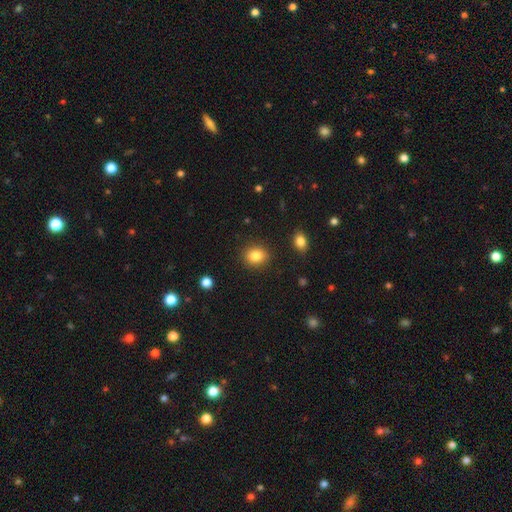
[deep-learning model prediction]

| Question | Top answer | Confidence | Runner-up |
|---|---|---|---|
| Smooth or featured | smooth | 85% | star or artifact (10%) |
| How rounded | round | 64% | in between (35%) |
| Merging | none | 88% | minor disturbance (8%) |